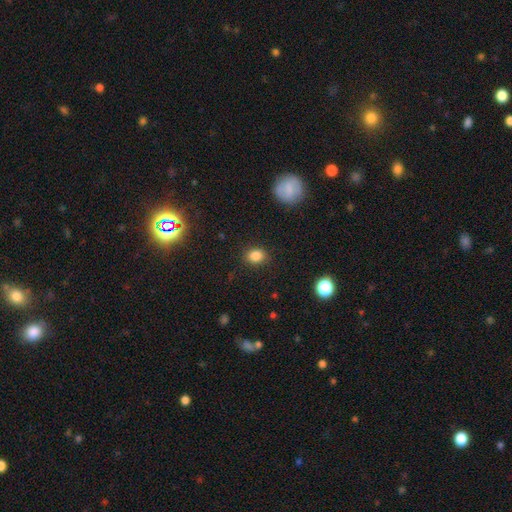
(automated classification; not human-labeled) The model was most divided on "how rounded": in between: 50%, round: 49%, cigar-shaped: 1%. More confident: merging — none (86%); smooth or featured — smooth (84%).